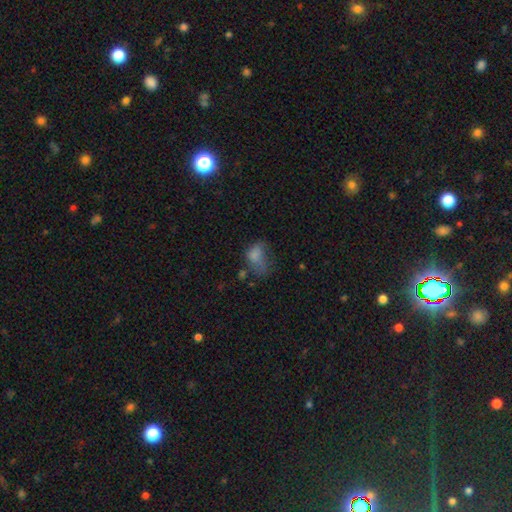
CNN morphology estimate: smooth-or-featured: smooth: 69% | featured or disk: 18% | star or artifact: 13%
  how-rounded: in between: 78% | round: 20% | cigar-shaped: 2%
  merging: major disturbance: 43% | minor disturbance: 26% | none: 24% | merger: 7%